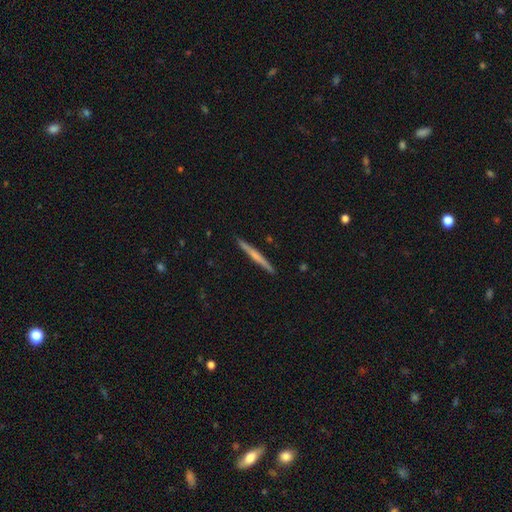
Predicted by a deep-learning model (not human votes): Morphology: type=featured or disk (50%); edge-on=yes (98%); merging=none (92%).